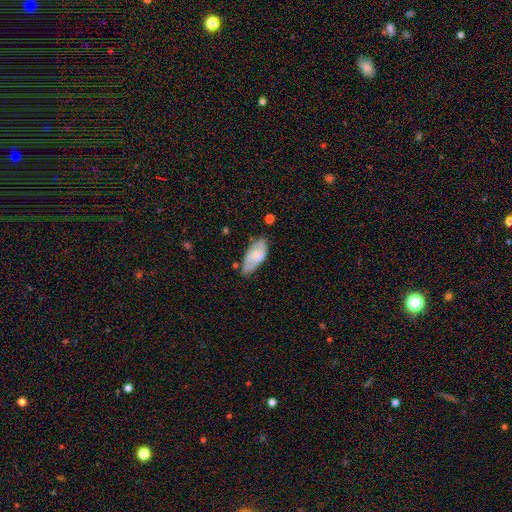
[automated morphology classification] smooth 49%, featured or disk 44%, star or artifact 7%. Down the decision tree: merging — none (67%).